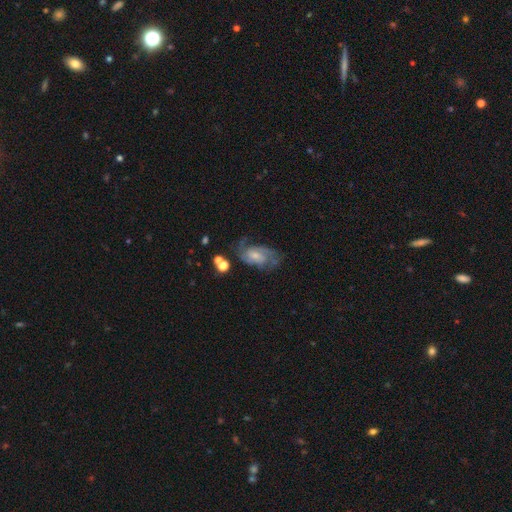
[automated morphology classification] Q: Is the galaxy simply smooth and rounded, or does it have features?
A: featured or disk — 75%.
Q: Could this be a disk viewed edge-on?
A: no — 96%.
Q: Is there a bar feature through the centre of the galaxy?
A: no — 53%.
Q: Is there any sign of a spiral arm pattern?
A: yes — 91%.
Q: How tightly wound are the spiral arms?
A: medium — 48%.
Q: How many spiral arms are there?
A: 2 — 56%.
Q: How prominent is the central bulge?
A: small — 51%.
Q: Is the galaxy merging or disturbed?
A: none — 53%.